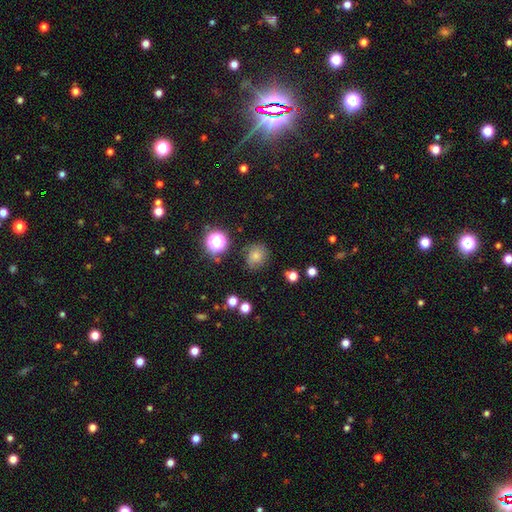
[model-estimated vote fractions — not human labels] smooth-or-featured: smooth: 47% | star or artifact: 35% | featured or disk: 18%
  merging: none: 80% | minor disturbance: 12% | major disturbance: 5% | merger: 3%